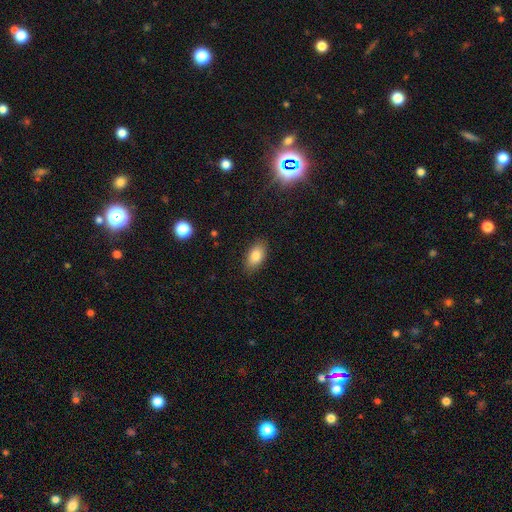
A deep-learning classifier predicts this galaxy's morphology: Smooth or featured: smooth — 83% (featured or disk — 9%)
How rounded: in between — 91% (round — 5%)
Merging: none — 86% (minor disturbance — 11%)